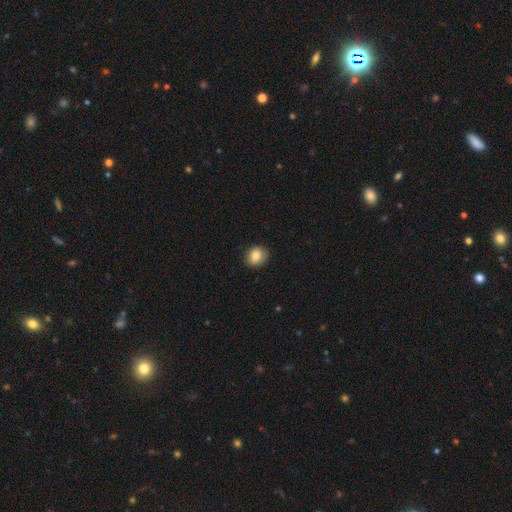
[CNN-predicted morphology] Q: Smooth or featured?
A: smooth (83%); runner-up: star or artifact (9%)
Q: How rounded?
A: round (65%); runner-up: in between (34%)
Q: Merging?
A: none (86%); runner-up: minor disturbance (11%)